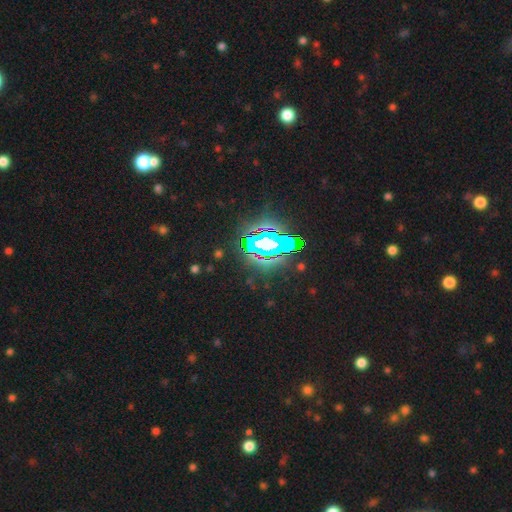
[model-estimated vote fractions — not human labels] smooth-or-featured: star or artifact: 74% | featured or disk: 14% | smooth: 12%